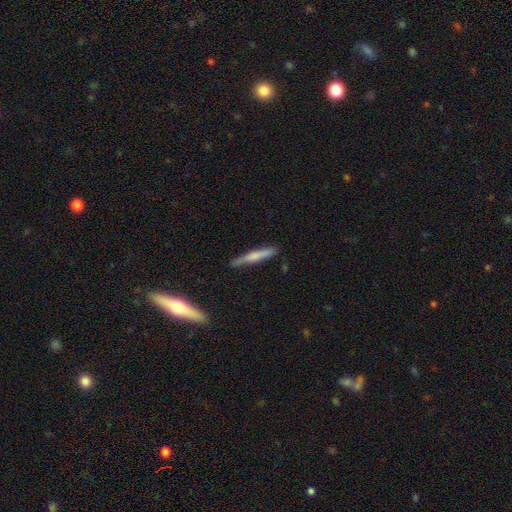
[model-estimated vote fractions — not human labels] This appears to be a smooth galaxy with no disk features (58%) that is cigar-shaped (94%). Merging: none (83%).